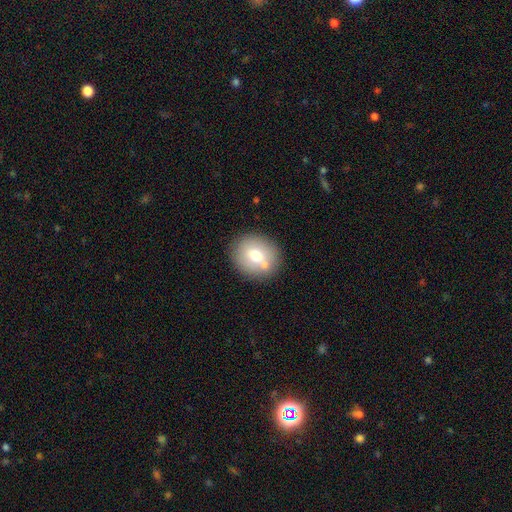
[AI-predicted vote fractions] This appears to be a smooth galaxy with no disk features (68%) that is round (73%). Merging: none (74%).